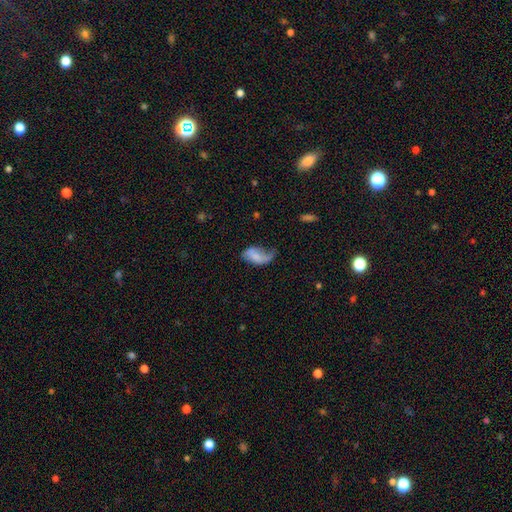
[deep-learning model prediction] A smooth galaxy with no disk features (50%). Merging: major disturbance (37%).